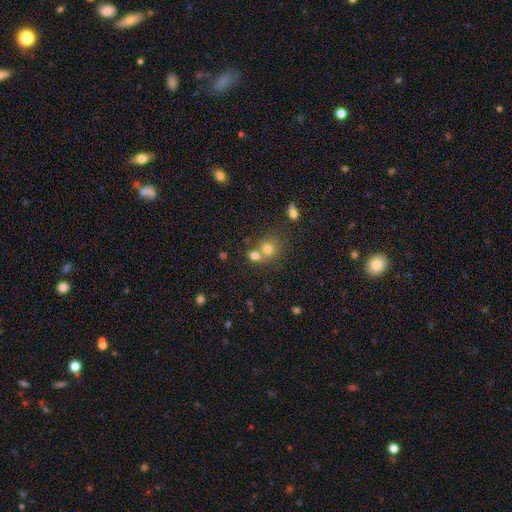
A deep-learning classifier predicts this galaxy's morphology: Overall: smooth (74%). How rounded: round (70%). Merging: merger (51%; none 39%).